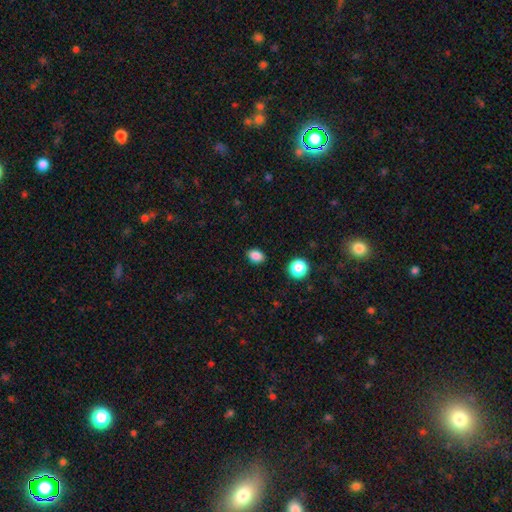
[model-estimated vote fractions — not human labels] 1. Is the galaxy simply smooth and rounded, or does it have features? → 85% smooth, 11% star or artifact, 4% featured or disk.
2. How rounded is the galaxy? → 70% in between, 29% round, 1% cigar-shaped.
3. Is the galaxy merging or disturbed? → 88% none, 8% minor disturbance, 2% major disturbance, 2% merger.